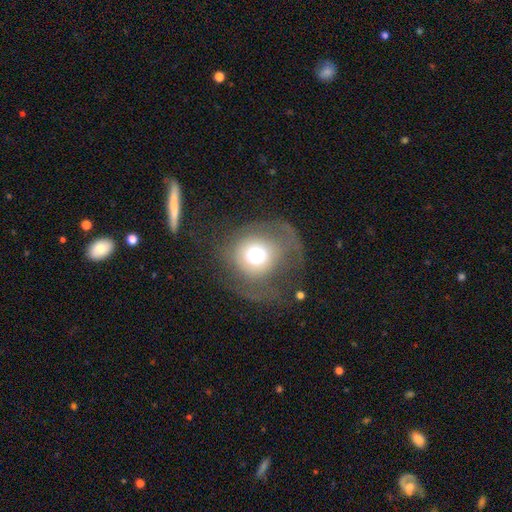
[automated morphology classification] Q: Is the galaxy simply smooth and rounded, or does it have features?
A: smooth — 51%.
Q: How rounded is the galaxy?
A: round — 89%.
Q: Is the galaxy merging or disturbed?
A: none — 42%.